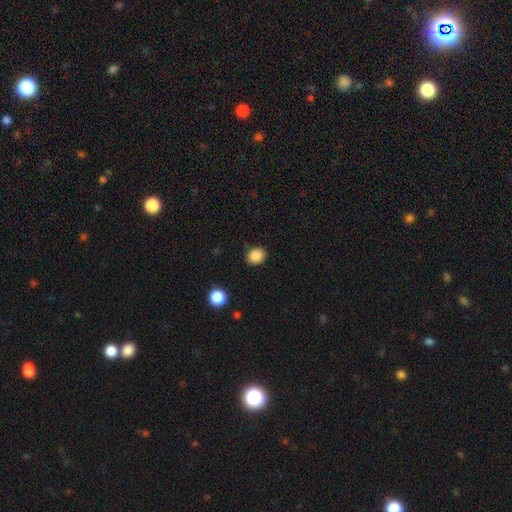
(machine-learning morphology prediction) Overall: smooth (87%). How rounded: round (72%). Merging: none (88%).